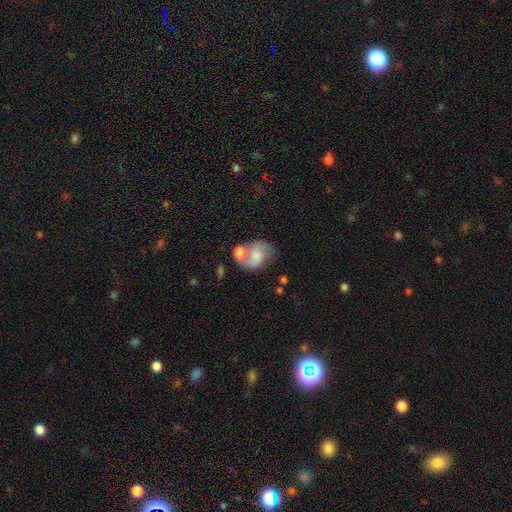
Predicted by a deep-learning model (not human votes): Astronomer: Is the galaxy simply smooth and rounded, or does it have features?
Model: featured or disk — 50% (runner-up: smooth, 41%).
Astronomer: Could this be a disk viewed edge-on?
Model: no — 97%.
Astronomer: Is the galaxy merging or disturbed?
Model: none — 38% (runner-up: merger, 31%).